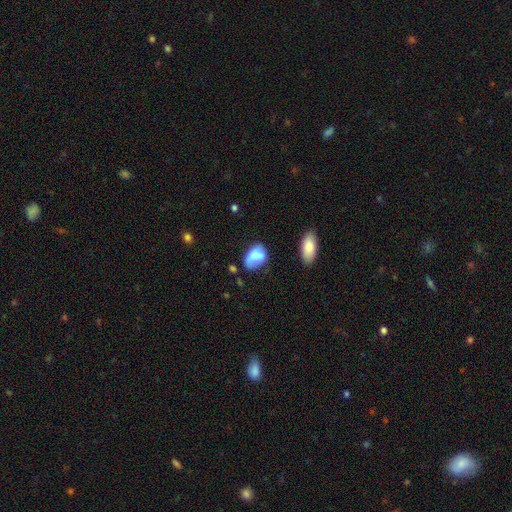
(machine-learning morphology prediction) Smooth or featured: smooth — 76% (featured or disk — 16%)
How rounded: in between — 83% (round — 16%)
Merging: none — 45% (minor disturbance — 33%)